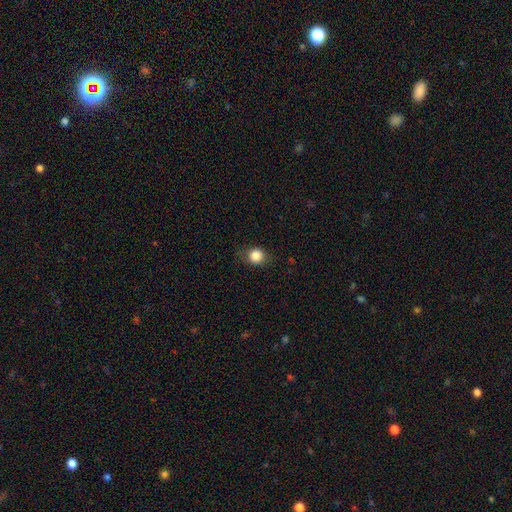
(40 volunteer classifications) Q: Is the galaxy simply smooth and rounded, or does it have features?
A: smooth — 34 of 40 (85%).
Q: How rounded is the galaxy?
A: round — 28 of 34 (82%).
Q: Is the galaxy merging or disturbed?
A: none — 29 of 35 (83%).